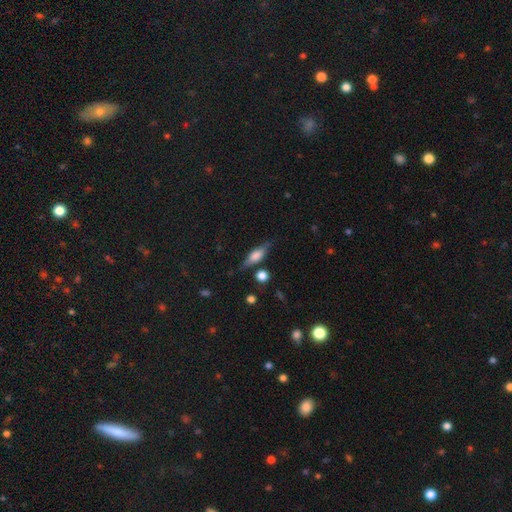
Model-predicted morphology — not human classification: The model was most divided on "smooth or featured": smooth: 48%, featured or disk: 44%, star or artifact: 8%. More confident: merging — none (76%).